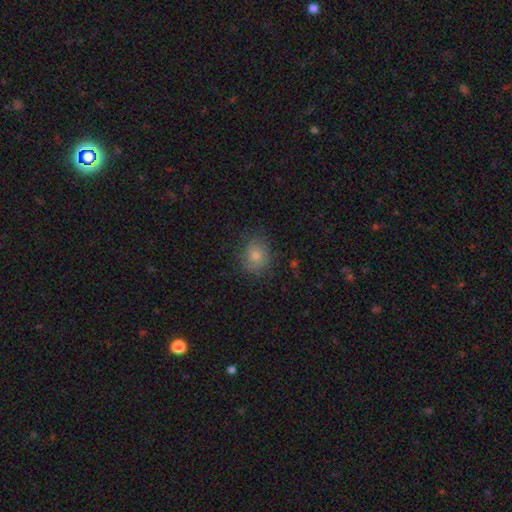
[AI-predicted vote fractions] smooth_or_featured: smooth (p=0.71) [alt: featured or disk p=0.15]
how_rounded: round (p=0.68) [alt: in between p=0.31]
merging: none (p=0.77) [alt: minor disturbance p=0.17]